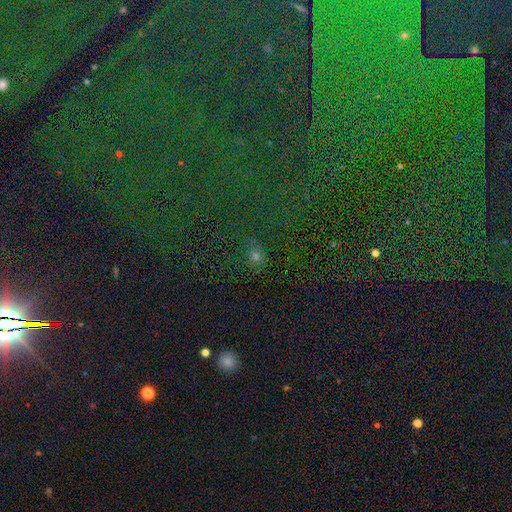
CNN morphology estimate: The model was most divided on "how rounded": in between: 53%, round: 45%, cigar-shaped: 2%. More confident: merging — none (73%); smooth or featured — smooth (56%).